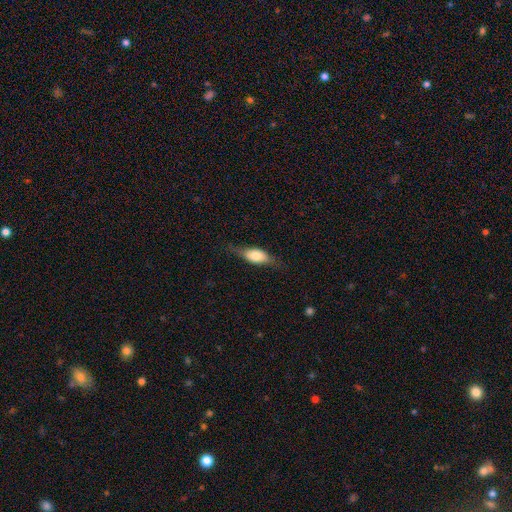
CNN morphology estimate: Smooth or featured? Predicted: smooth (p=0.65). How rounded? Predicted: in between (p=0.75). Merging? Predicted: none (p=0.70).